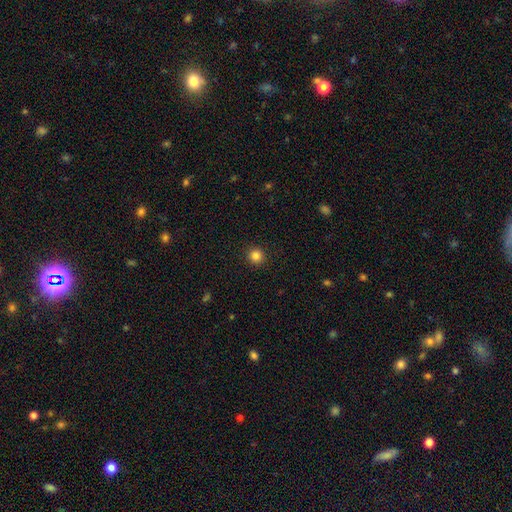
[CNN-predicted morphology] Smooth or featured?
  - smooth: 84% *
  - star or artifact: 12%
  - featured or disk: 4%
How rounded?
  - round: 94% *
  - in between: 5%
  - cigar-shaped: 1%
Merging?
  - none: 93% *
  - minor disturbance: 5%
  - major disturbance: 2%
  - merger: 1%